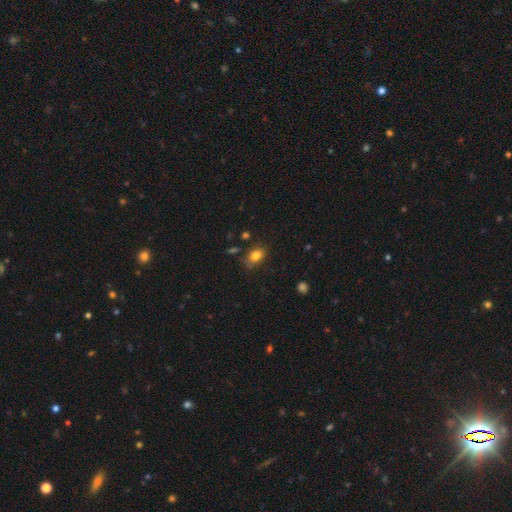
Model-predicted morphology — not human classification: Smooth or featured? Predicted: smooth (p=0.81). How rounded? Predicted: in between (p=0.78). Merging? Predicted: none (p=0.72).